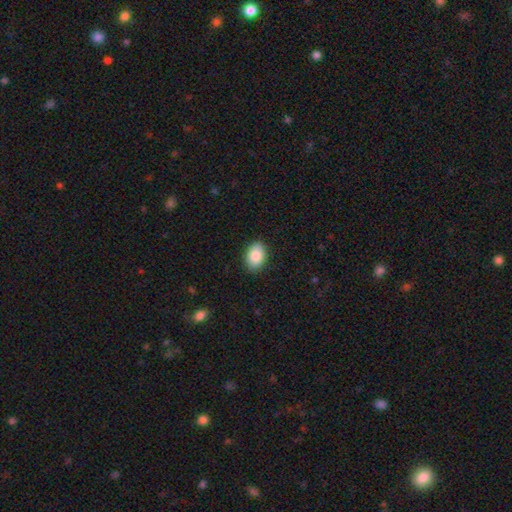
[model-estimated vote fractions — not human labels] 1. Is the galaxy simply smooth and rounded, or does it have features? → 86% smooth, 7% featured or disk, 7% star or artifact.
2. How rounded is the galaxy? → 83% in between, 15% round, 1% cigar-shaped.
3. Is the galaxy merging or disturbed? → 88% none, 9% minor disturbance, 2% major disturbance, 1% merger.